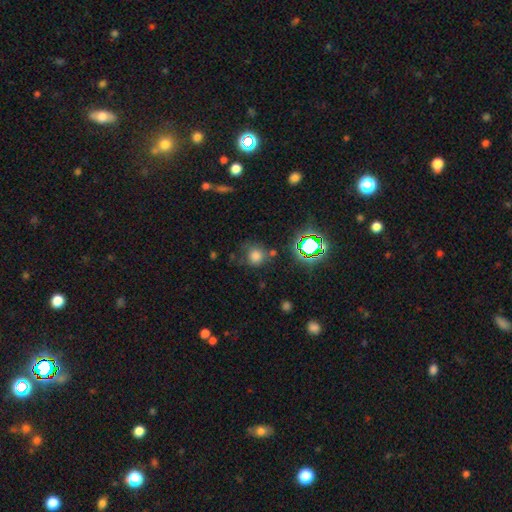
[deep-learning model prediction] This is likely a smooth galaxy (72%). How rounded: clearly round (86%). Merging: likely none (63%).